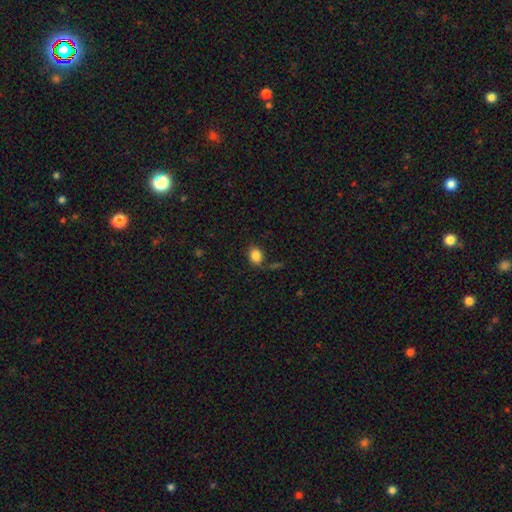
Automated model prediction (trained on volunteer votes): Smooth or featured? Predicted: smooth (p=0.85). How rounded? Predicted: in between (p=0.61). Merging? Predicted: none (p=0.76).